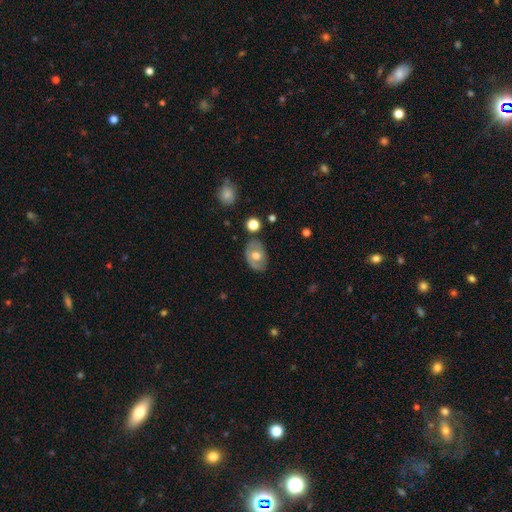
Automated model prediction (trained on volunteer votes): smooth_or_featured: smooth (p=0.47) [alt: featured or disk p=0.46]
merging: none (p=0.75) [alt: minor disturbance p=0.17]